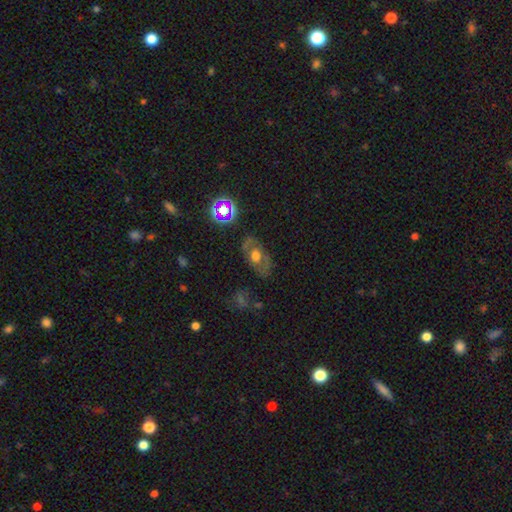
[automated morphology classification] Smooth or featured?
  - featured or disk: 48% *
  - smooth: 37%
  - star or artifact: 15%
Merging?
  - none: 77% *
  - minor disturbance: 15%
  - major disturbance: 6%
  - merger: 2%